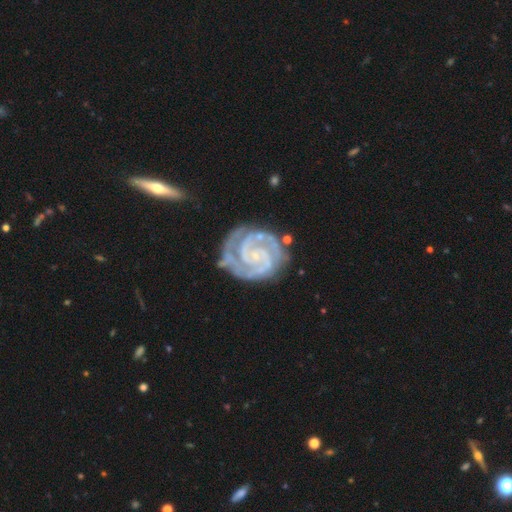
Smooth or featured?
  - featured or disk: 95% *
  - star or artifact: 5%
  - smooth: 0%
Edge-on disk?
  - no: 83% *
  - yes: 17%
Bar?
  - no: 47% *
  - weak: 30%
  - strong: 23%
Spiral arms?
  - yes: 100% *
  - no: 0%
Spiral winding?
  - tight: 77% *
  - medium: 20%
  - loose: 3%
Spiral arm count?
  - 2: 97% *
  - 1: 3%
  - 3: 0%
  - 4: 0%
  - more than 4: 0%
  - can't tell: 0%
Bulge size?
  - small: 90% *
  - moderate: 10%
  - dominant: 0%
  - large: 0%
  - none: 0%
Merging?
  - none: 72% *
  - merger: 11%
  - minor disturbance: 8%
  - major disturbance: 8%